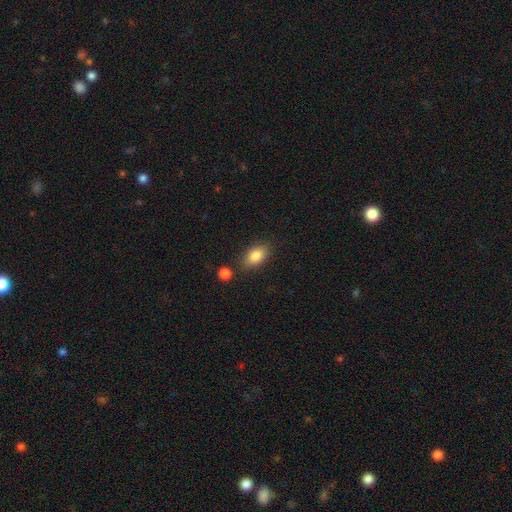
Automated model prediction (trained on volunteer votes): Smooth or featured? Predicted: smooth (p=0.83). How rounded? Predicted: in between (p=0.87). Merging? Predicted: none (p=0.80).